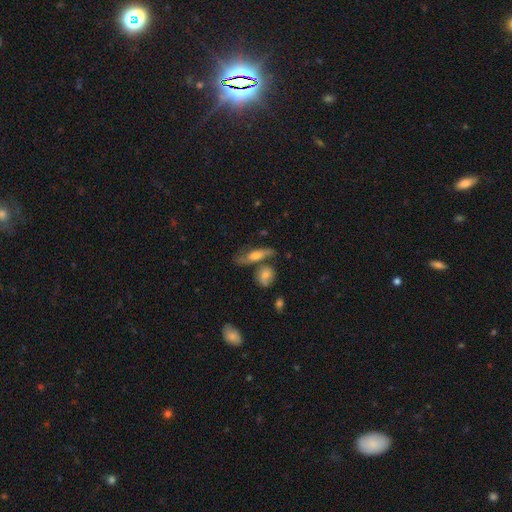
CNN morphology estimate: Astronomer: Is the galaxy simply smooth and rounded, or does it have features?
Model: smooth — 47% (runner-up: featured or disk, 44%).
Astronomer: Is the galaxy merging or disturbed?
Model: none — 53%.